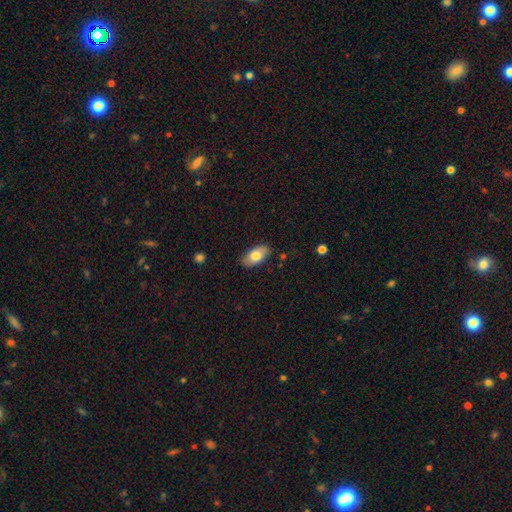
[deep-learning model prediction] Smooth or featured? smooth (76%)
How rounded? in between (93%)
Merging? none (85%)